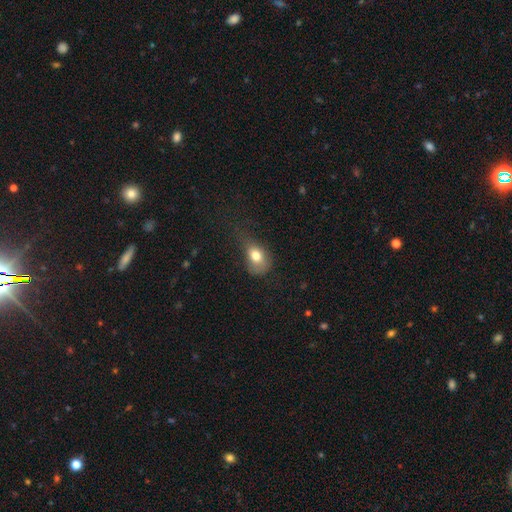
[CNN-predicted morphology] Q: Smooth or featured?
A: smooth (77%); runner-up: featured or disk (14%)
Q: How rounded?
A: in between (70%); runner-up: round (28%)
Q: Merging?
A: minor disturbance (38%); runner-up: major disturbance (32%)